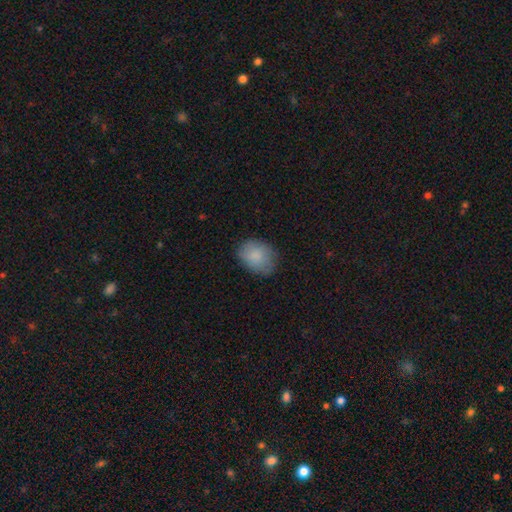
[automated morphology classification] Overall: smooth (85%). How rounded: in between (66%; round 33%). Merging: none (73%).